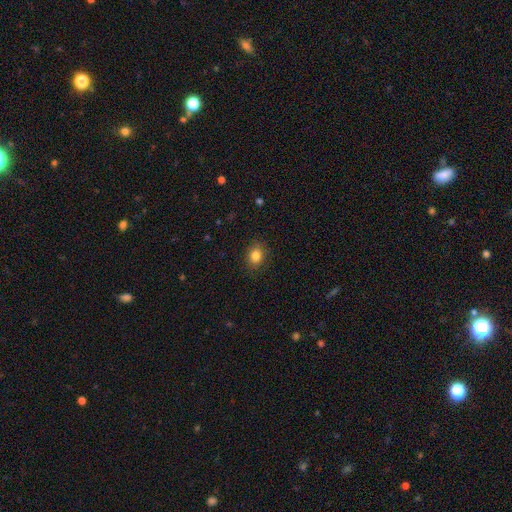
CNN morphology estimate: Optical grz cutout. It shows a smooth galaxy with no disk features (83%) that is in between round and cigar-shaped (52%). Merging: none (87%).